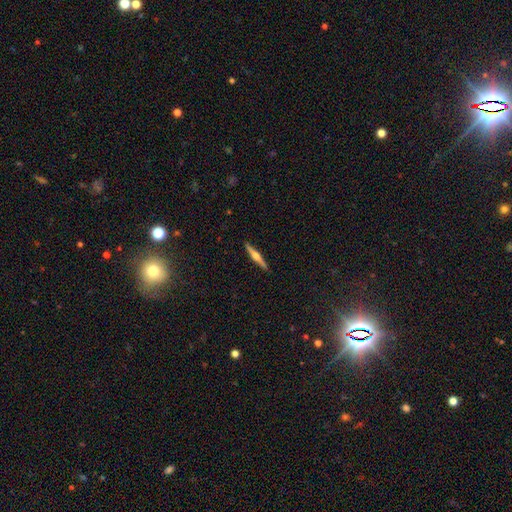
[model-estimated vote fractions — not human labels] This is likely a featured or disk galaxy (66%). It is clearly viewed edge-on (98%). Edge-on bulge: clearly rounded (84%). Merging: clearly none (91%).